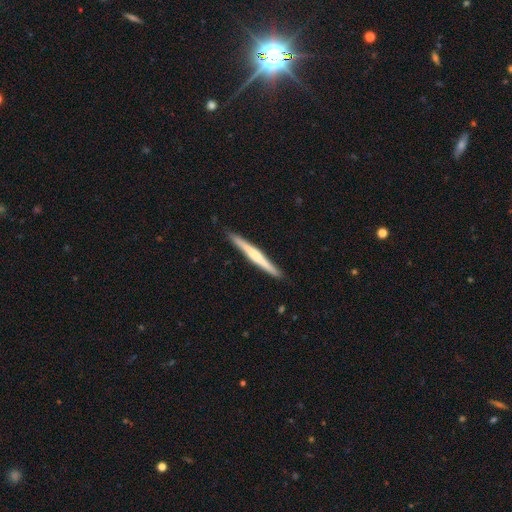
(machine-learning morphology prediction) This appears to be a featured or disk galaxy (57%) viewed edge-on (98%) with a rounded central bulge (44%). Merging: none (90%).